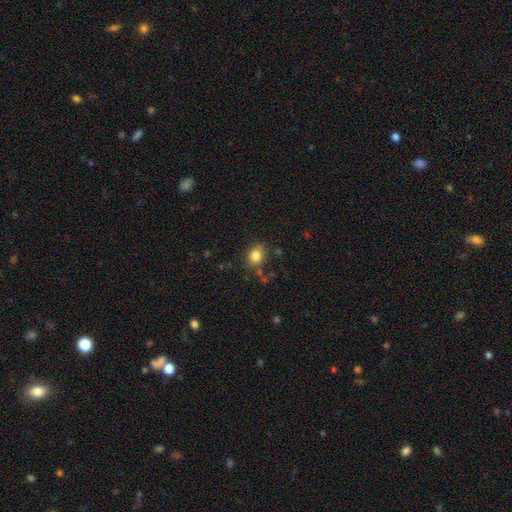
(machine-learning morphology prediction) This is clearly a smooth galaxy (82%). How rounded: possibly round (57%). Merging: likely none (73%).